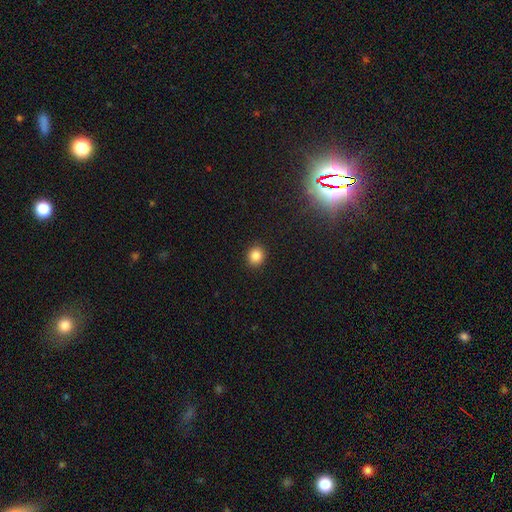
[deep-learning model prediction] A smooth galaxy with no disk features (84%) that is round (85%).

Vote fractions:
- Smooth or featured? smooth: 84% / star or artifact: 12% / featured or disk: 4%
- How rounded? round: 85% / in between: 14% / cigar-shaped: 1%
- Merging? none: 92% / minor disturbance: 5% / major disturbance: 2% / merger: 1%